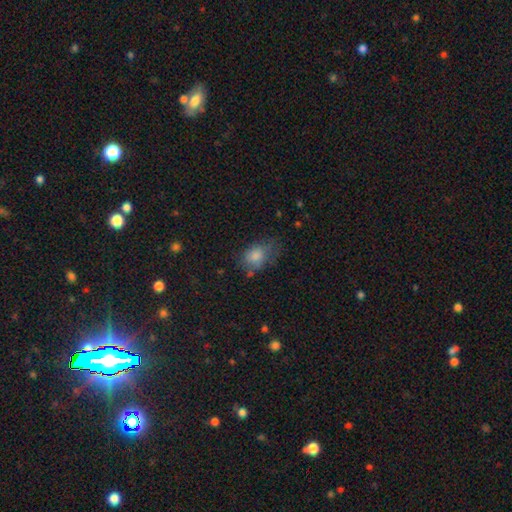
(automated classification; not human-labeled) smooth_or_featured: smooth (p=0.78) [alt: star or artifact p=0.11]
how_rounded: in between (p=0.69) [alt: round p=0.30]
merging: none (p=0.50) [alt: minor disturbance p=0.32]